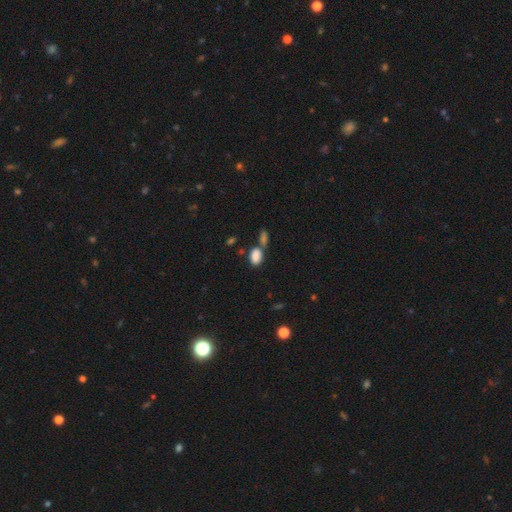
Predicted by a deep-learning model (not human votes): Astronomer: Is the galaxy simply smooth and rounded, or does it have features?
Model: smooth — 85%.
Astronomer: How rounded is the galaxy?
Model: in between — 90%.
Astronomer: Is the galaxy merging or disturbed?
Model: merger — 42% (runner-up: none, 41%).